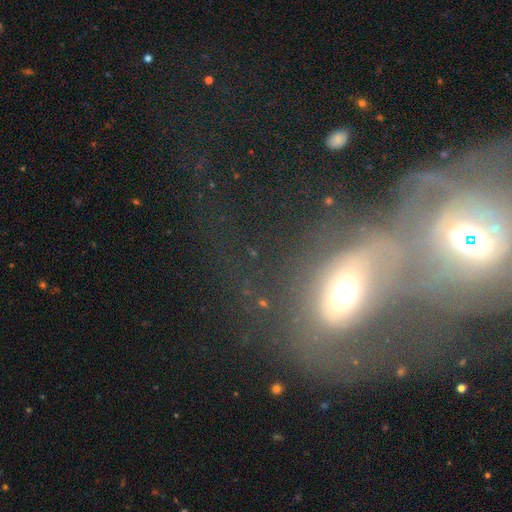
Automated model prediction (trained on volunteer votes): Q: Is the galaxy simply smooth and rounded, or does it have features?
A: featured or disk — 50%.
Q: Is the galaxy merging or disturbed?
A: merger — 70%.